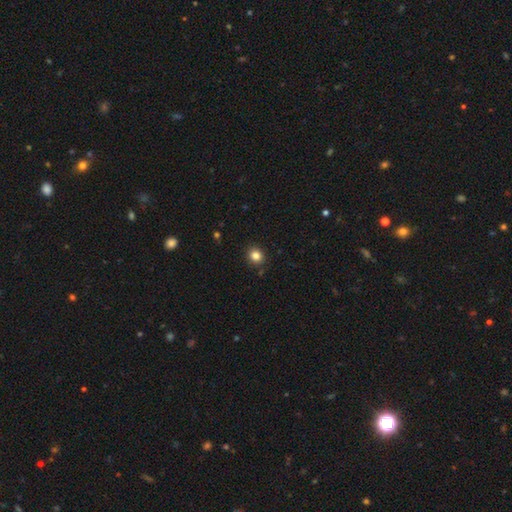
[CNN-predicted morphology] Smooth or featured? smooth (83%)
How rounded? round (83%)
Merging? none (90%)